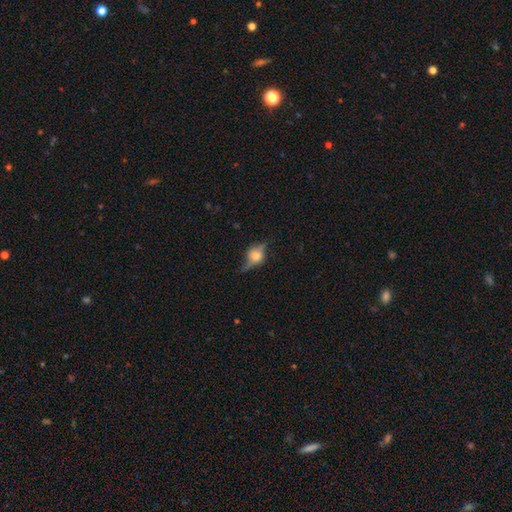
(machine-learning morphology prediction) A featured or disk galaxy (59%) viewed edge-on (80%).

Vote fractions:
- Smooth or featured? featured or disk: 59% / smooth: 30% / star or artifact: 10%
- Edge-on disk? yes: 80% / no: 20%
- Merging? none: 64% / minor disturbance: 23% / major disturbance: 11% / merger: 2%